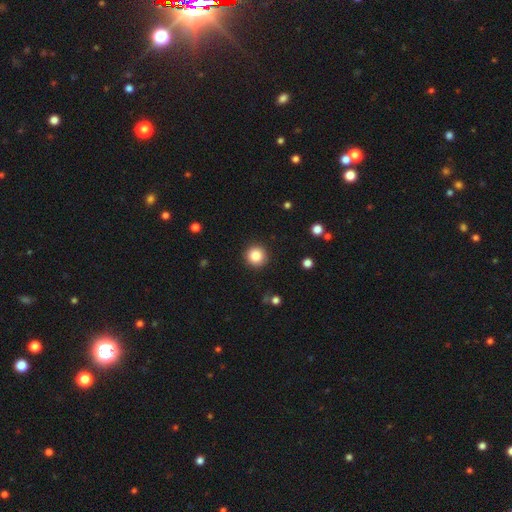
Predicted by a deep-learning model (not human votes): smooth-or-featured: smooth: 85% | star or artifact: 10% | featured or disk: 5%
  how-rounded: round: 95% | in between: 4% | cigar-shaped: 1%
  merging: none: 91% | minor disturbance: 6% | major disturbance: 2% | merger: 1%